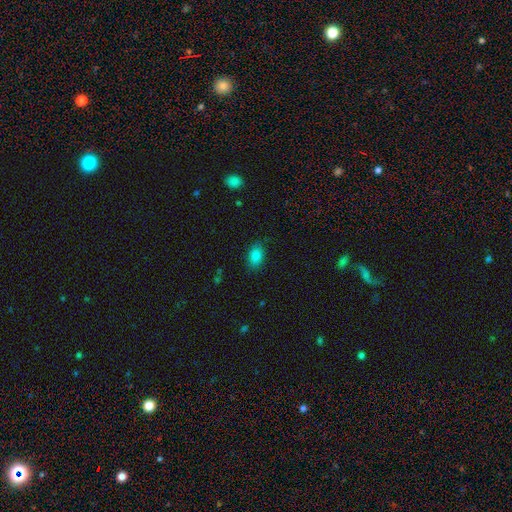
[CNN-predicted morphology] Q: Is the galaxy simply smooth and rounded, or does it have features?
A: smooth — 84%.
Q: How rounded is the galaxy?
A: in between — 87%.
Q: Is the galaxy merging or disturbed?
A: none — 84%.